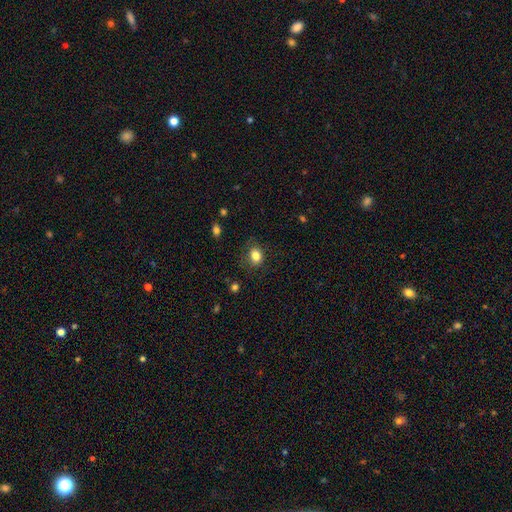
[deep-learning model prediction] This is clearly a smooth galaxy (83%). How rounded: possibly in between (53%). Merging: likely none (74%).